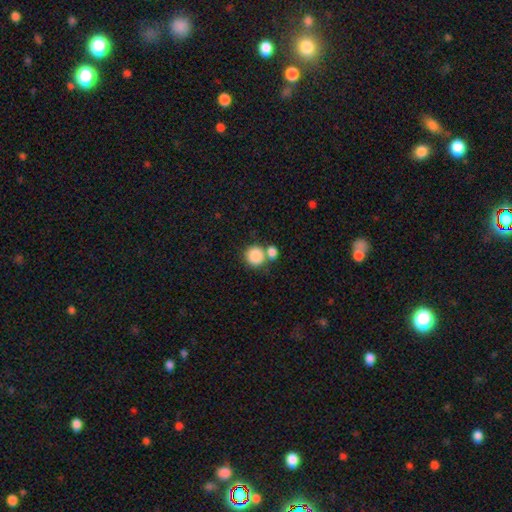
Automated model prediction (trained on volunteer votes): Smooth or featured? Predicted: smooth (p=0.86). How rounded? Predicted: round (p=0.89). Merging? Predicted: none (p=0.53).